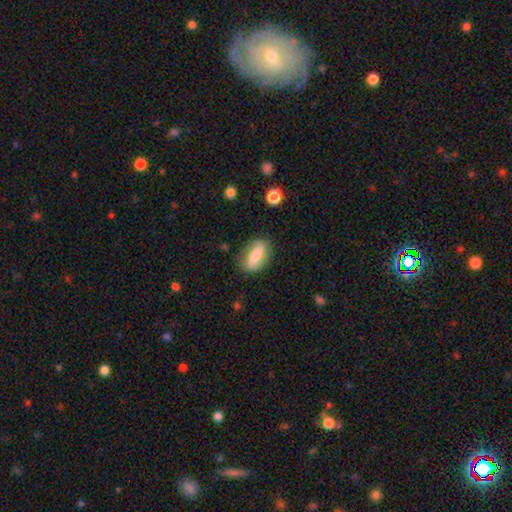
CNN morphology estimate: This is likely a smooth galaxy (63%). How rounded: likely in between (73%). Merging: clearly none (81%).